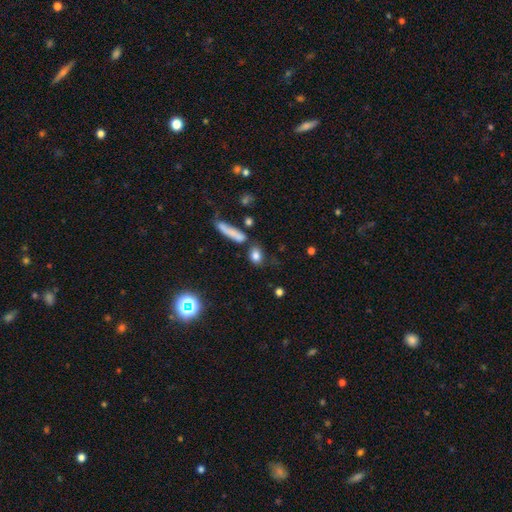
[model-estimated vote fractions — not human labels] Overall: smooth (82%). How rounded: in between (59%; round 29%). Merging: none (64%).